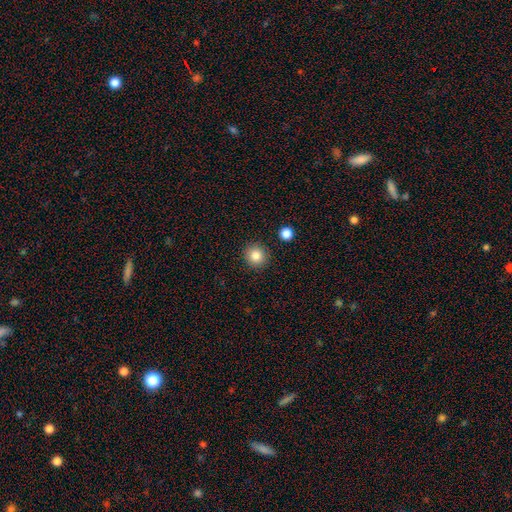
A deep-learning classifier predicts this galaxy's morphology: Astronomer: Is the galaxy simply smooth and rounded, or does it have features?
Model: smooth — 83%.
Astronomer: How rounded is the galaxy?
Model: round — 92%.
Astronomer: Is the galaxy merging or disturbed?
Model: none — 91%.